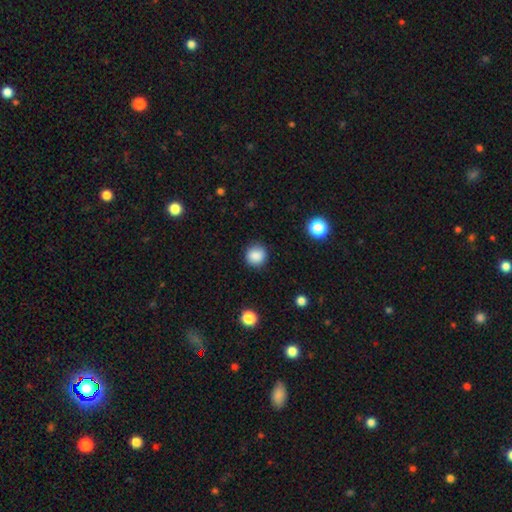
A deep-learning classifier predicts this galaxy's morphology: Smooth or featured?
  - smooth: 87% *
  - star or artifact: 10%
  - featured or disk: 3%
How rounded?
  - round: 91% *
  - in between: 8%
  - cigar-shaped: 1%
Merging?
  - none: 88% *
  - minor disturbance: 8%
  - major disturbance: 2%
  - merger: 1%